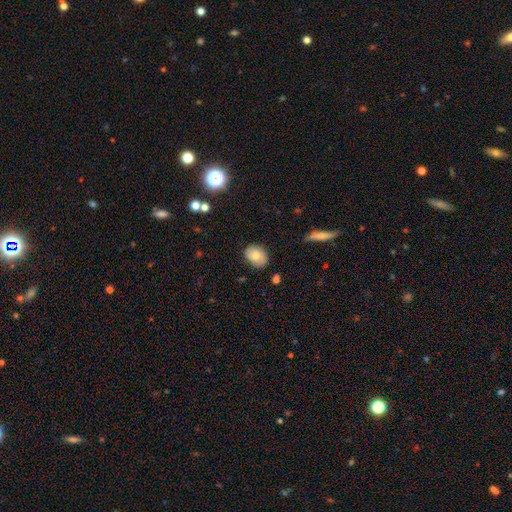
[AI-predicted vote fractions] Smooth or featured?
  - smooth: 77% *
  - featured or disk: 15%
  - star or artifact: 9%
How rounded?
  - in between: 72% *
  - round: 27%
  - cigar-shaped: 1%
Merging?
  - none: 82% *
  - minor disturbance: 14%
  - major disturbance: 3%
  - merger: 2%